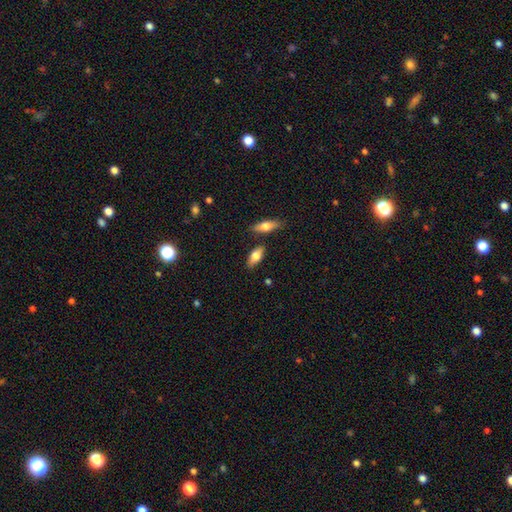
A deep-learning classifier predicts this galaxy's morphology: smooth_or_featured: smooth (p=0.70) [alt: featured or disk p=0.23]
how_rounded: in between (p=0.79) [alt: cigar-shaped p=0.18]
merging: none (p=0.77) [alt: minor disturbance p=0.12]